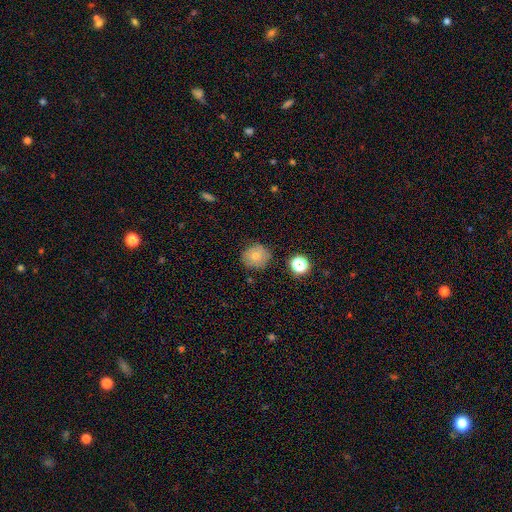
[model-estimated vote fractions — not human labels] A smooth galaxy with no disk features (75%) that is round (83%). Merging: none (78%).